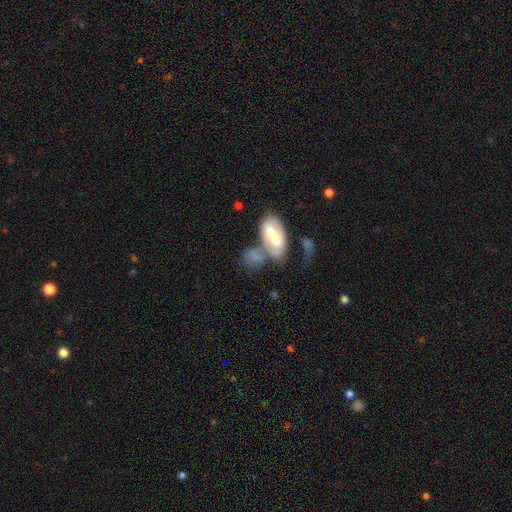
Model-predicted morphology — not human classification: Smooth or featured? Predicted: smooth (p=0.51). How rounded? Predicted: in between (p=0.79). Merging? Predicted: merger (p=0.46).